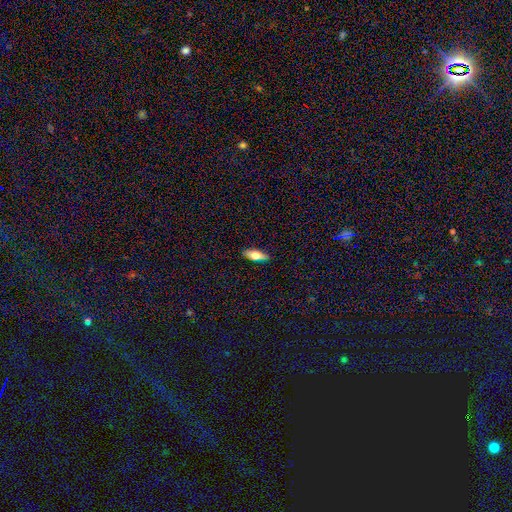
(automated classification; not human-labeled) The model was most divided on "smooth or featured": smooth: 59%, featured or disk: 34%, star or artifact: 7%. More confident: merging — none (87%); how rounded — in between (66%).